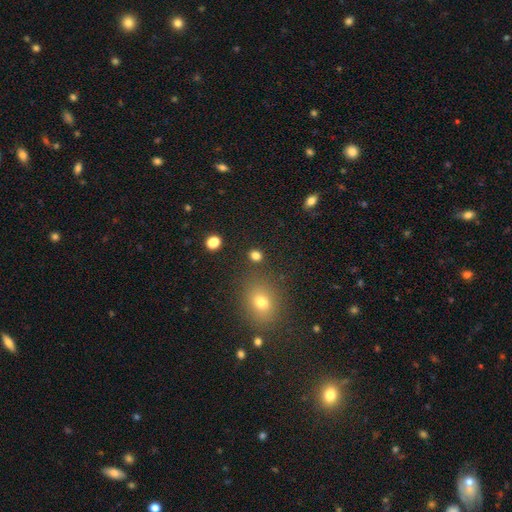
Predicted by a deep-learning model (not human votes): Smooth or featured? Predicted: smooth (p=0.79). How rounded? Predicted: round (p=0.72). Merging? Predicted: none (p=0.83).